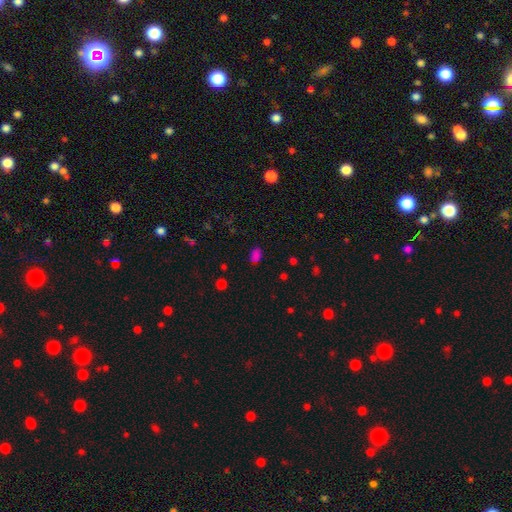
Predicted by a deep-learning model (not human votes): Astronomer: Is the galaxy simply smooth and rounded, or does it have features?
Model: smooth — 74%.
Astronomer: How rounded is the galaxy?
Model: in between — 86%.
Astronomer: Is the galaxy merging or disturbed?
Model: none — 82%.